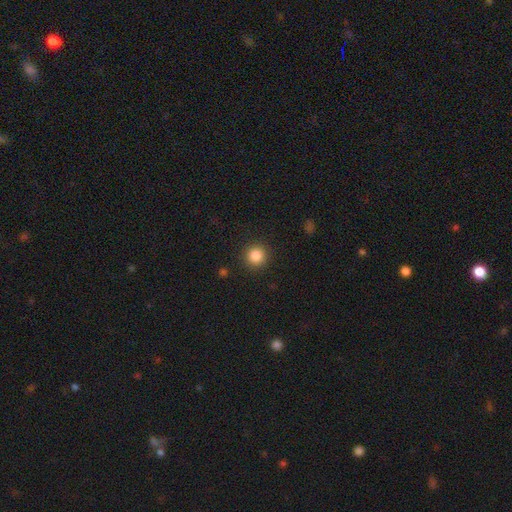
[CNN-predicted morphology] A smooth galaxy with no disk features (86%) that is round (95%). Merging: none (91%).